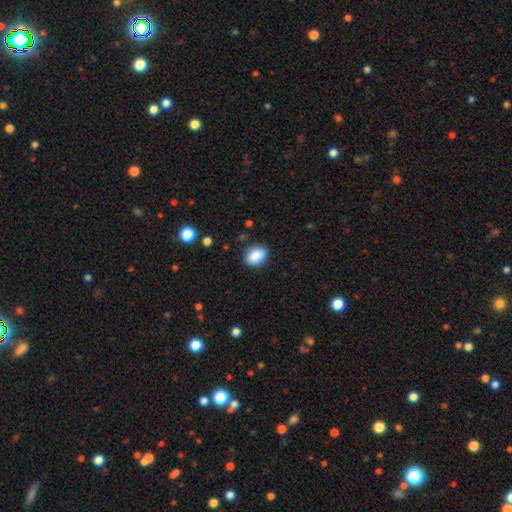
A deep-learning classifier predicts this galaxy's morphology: smooth-or-featured: smooth: 88% | star or artifact: 8% | featured or disk: 5%
  how-rounded: in between: 73% | round: 26% | cigar-shaped: 1%
  merging: none: 84% | minor disturbance: 12% | major disturbance: 3% | merger: 1%